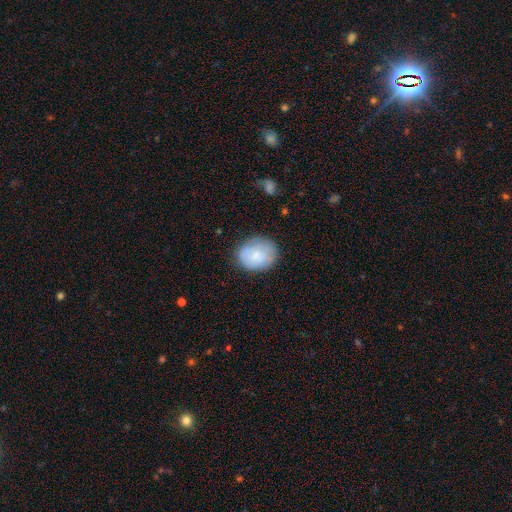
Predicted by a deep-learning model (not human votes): A smooth galaxy with no disk features (73%) that is round (52%). Merging: none (76%).